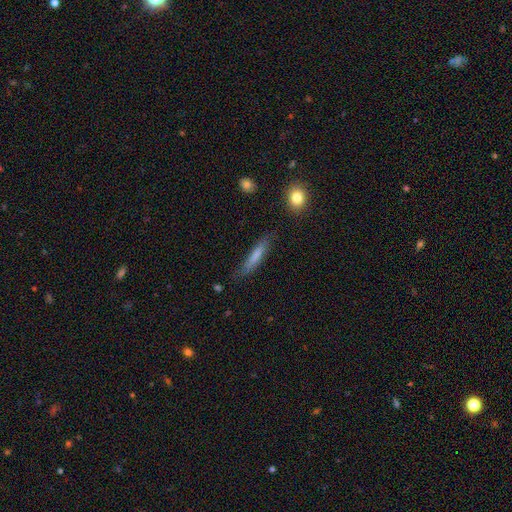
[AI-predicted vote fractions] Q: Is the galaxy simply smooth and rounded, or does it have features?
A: smooth — 72%.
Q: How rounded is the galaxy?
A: cigar-shaped — 89%.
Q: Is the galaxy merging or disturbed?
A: none — 77%.